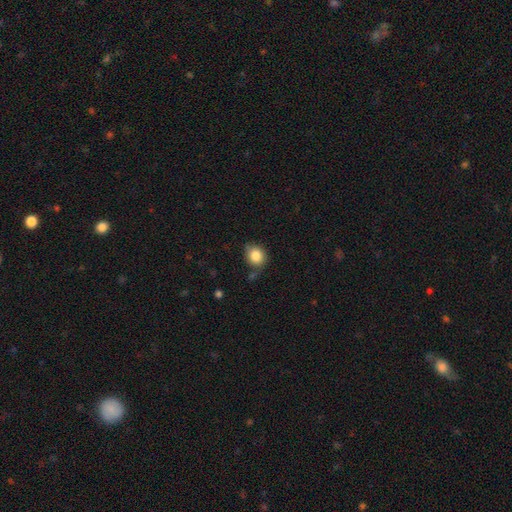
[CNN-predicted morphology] Smooth or featured?
  - smooth: 84% *
  - star or artifact: 9%
  - featured or disk: 7%
How rounded?
  - round: 72% *
  - in between: 27%
  - cigar-shaped: 1%
Merging?
  - none: 67% *
  - minor disturbance: 21%
  - merger: 6%
  - major disturbance: 5%